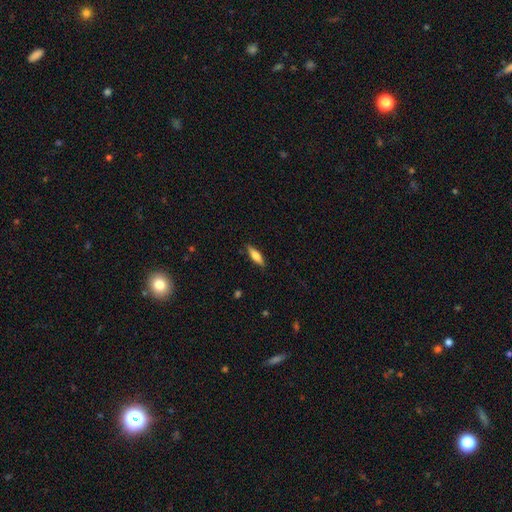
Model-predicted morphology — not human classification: Smooth or featured?
  - smooth: 61% *
  - featured or disk: 33%
  - star or artifact: 6%
How rounded?
  - cigar-shaped: 57% *
  - in between: 40%
  - round: 2%
Merging?
  - none: 88% *
  - minor disturbance: 9%
  - major disturbance: 2%
  - merger: 1%